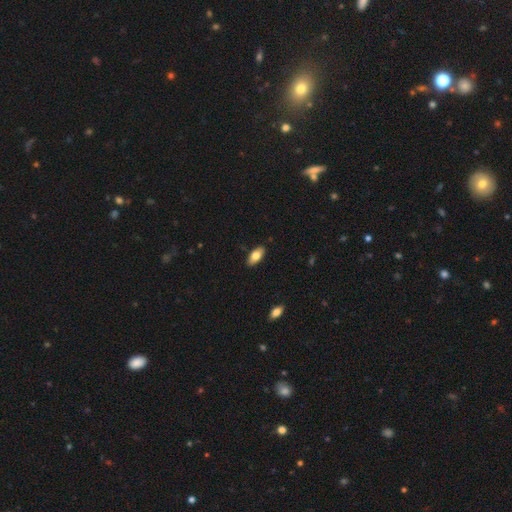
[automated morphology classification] Smooth or featured?
  - smooth: 78% *
  - featured or disk: 16%
  - star or artifact: 7%
How rounded?
  - in between: 89% *
  - cigar-shaped: 8%
  - round: 3%
Merging?
  - none: 88% *
  - minor disturbance: 9%
  - major disturbance: 2%
  - merger: 1%